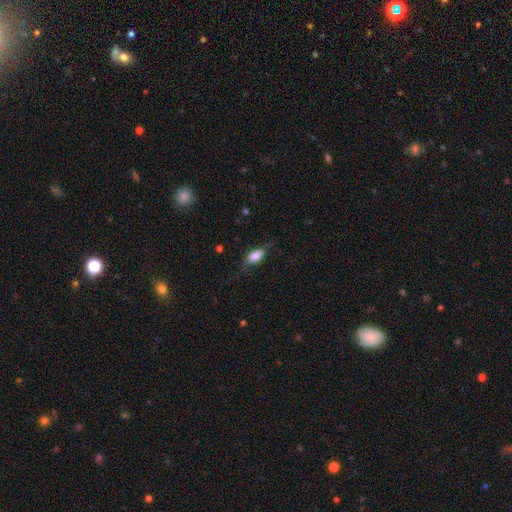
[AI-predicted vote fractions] Q: Smooth or featured?
A: smooth (72%); runner-up: featured or disk (20%)
Q: How rounded?
A: in between (82%); runner-up: cigar-shaped (11%)
Q: Merging?
A: none (67%); runner-up: minor disturbance (23%)